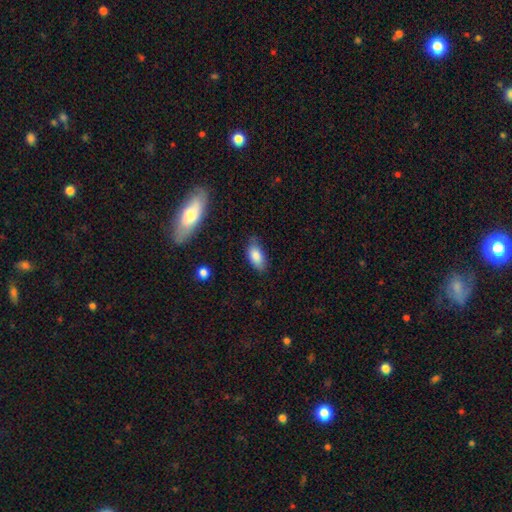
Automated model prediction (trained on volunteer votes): Smooth or featured: smooth — 84% (featured or disk — 9%)
How rounded: in between — 90% (cigar-shaped — 7%)
Merging: none — 73% (minor disturbance — 21%)